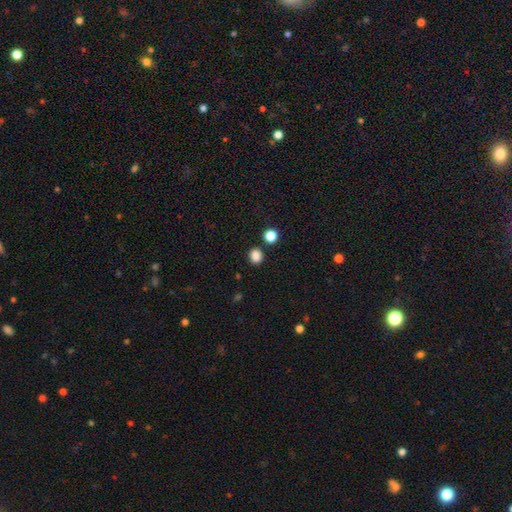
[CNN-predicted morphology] Overall: smooth (85%). How rounded: round (69%; in between 31%). Merging: none (83%).